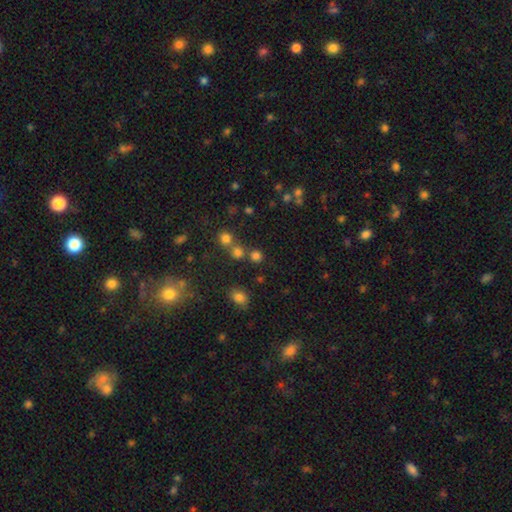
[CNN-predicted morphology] smooth_or_featured: smooth (p=0.73) [alt: star or artifact p=0.20]
how_rounded: round (p=0.89) [alt: in between p=0.10]
merging: none (p=0.69) [alt: merger p=0.21]